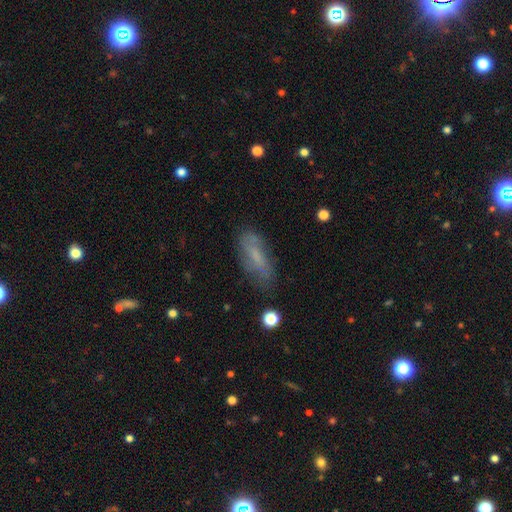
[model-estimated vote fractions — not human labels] Smooth or featured: smooth — 60% (featured or disk — 31%)
How rounded: in between — 63% (cigar-shaped — 35%)
Merging: none — 72% (minor disturbance — 20%)